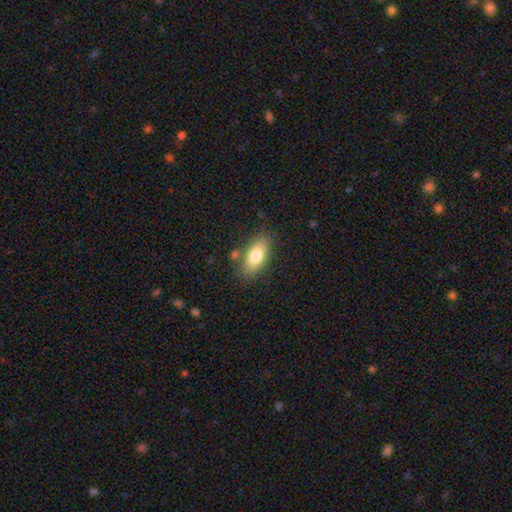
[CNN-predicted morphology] A smooth galaxy with no disk features (77%) that is in between round and cigar-shaped (86%).

Vote fractions:
- Smooth or featured? smooth: 77% / featured or disk: 16% / star or artifact: 7%
- How rounded? in between: 86% / cigar-shaped: 11% / round: 4%
- Merging? none: 78% / minor disturbance: 14% / merger: 5% / major disturbance: 3%